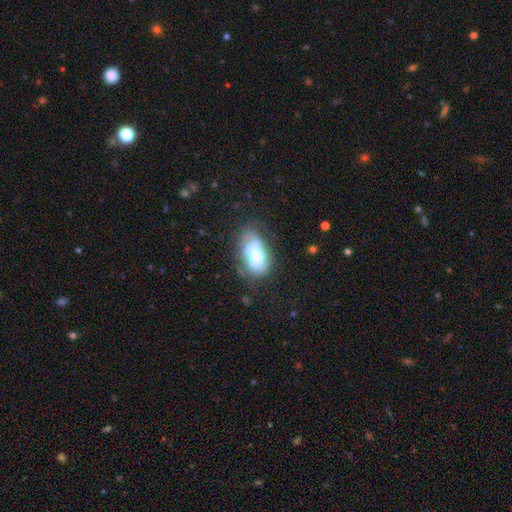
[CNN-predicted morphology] This appears to be a smooth galaxy with no disk features (51%) that is in between round and cigar-shaped (87%). Merging: none (45%).